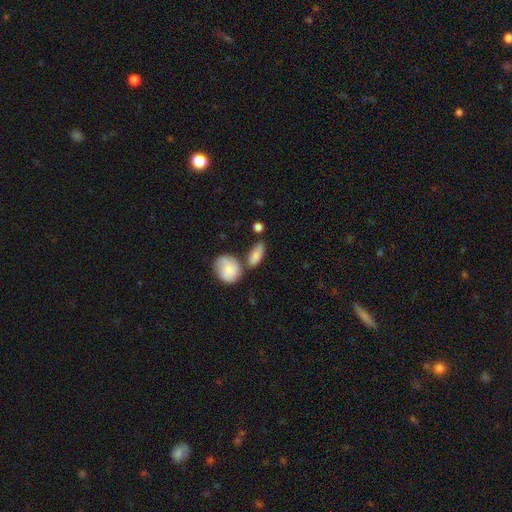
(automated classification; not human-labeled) smooth 81%, featured or disk 12%, star or artifact 7%. Down the decision tree: how rounded — in between (80%); merging — none (56%).